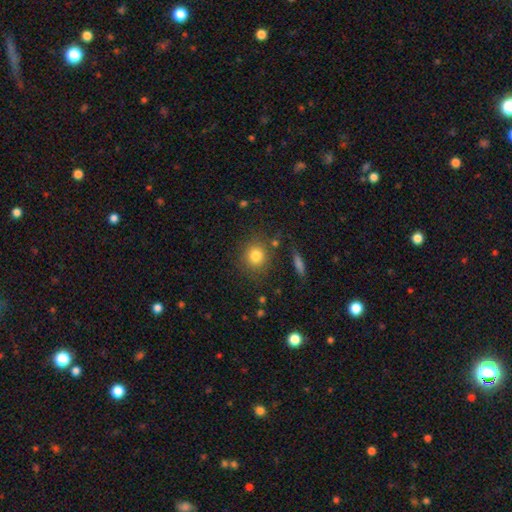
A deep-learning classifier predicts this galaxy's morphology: Smooth or featured? smooth (82%)
How rounded? round (82%)
Merging? none (81%)